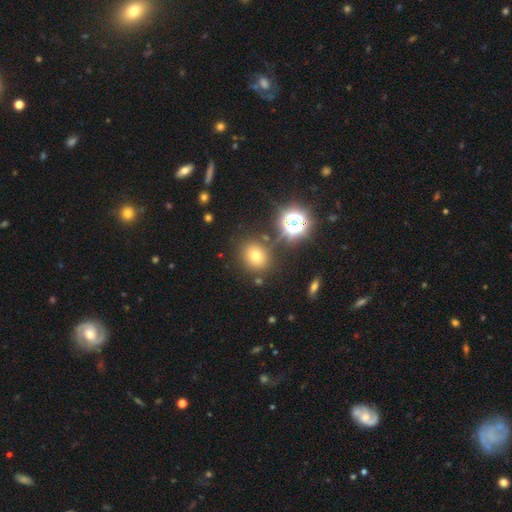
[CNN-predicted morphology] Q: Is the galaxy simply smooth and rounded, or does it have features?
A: smooth — 66%.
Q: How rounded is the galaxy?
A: round — 72%.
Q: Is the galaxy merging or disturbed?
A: none — 80%.